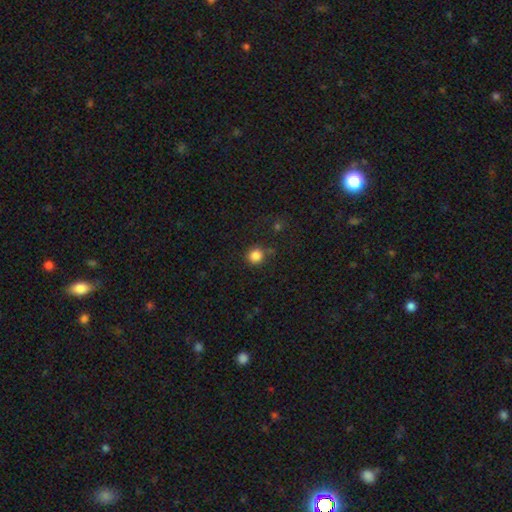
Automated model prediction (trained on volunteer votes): This appears to be a smooth galaxy with no disk features (84%) that is round (93%). Merging: none (81%).